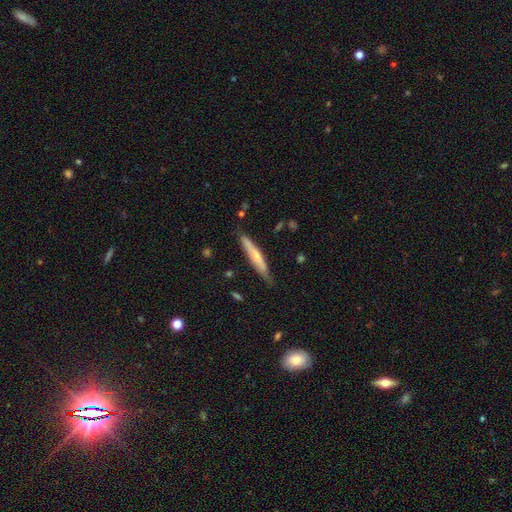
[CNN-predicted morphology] smooth-or-featured: featured or disk: 48% | smooth: 46% | star or artifact: 6%
  merging: none: 79% | minor disturbance: 17% | major disturbance: 3% | merger: 2%